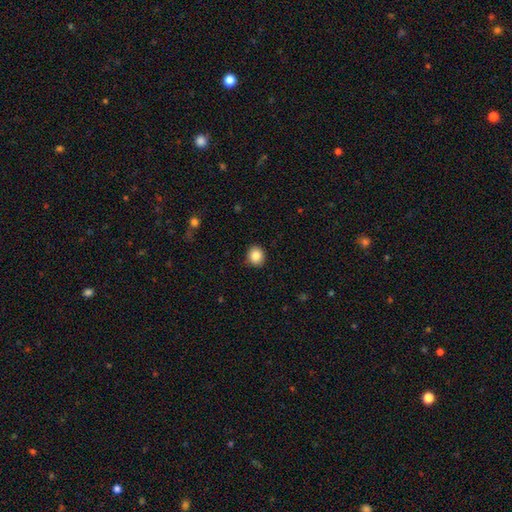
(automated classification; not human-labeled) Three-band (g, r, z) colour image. It shows a smooth galaxy with no disk features (86%) that is round (80%). Merging: none (89%).